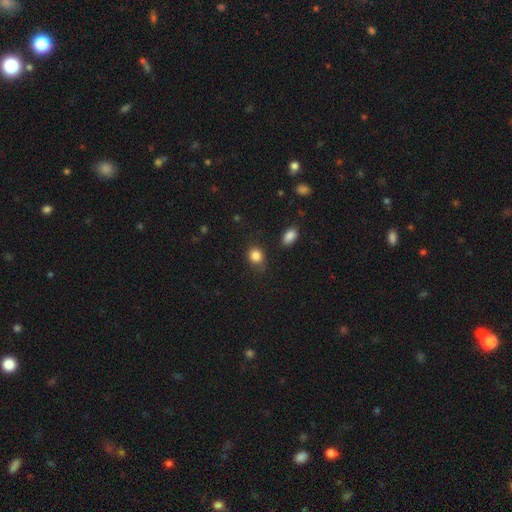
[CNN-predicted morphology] This is clearly a smooth galaxy (85%). How rounded: likely round (70%). Merging: likely none (72%).